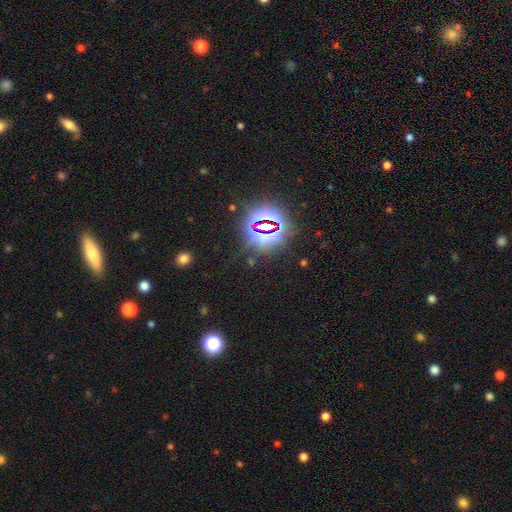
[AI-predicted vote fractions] Smooth or featured: star or artifact — 81% (smooth — 11%)